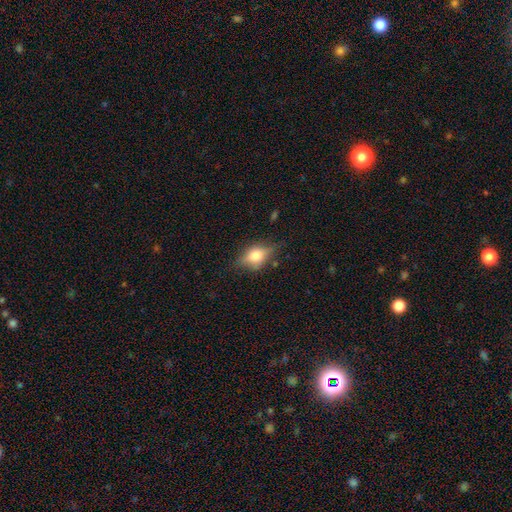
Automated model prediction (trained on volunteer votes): Overall: smooth (59%; featured or disk 32%). How rounded: in between (74%). Merging: none (71%).